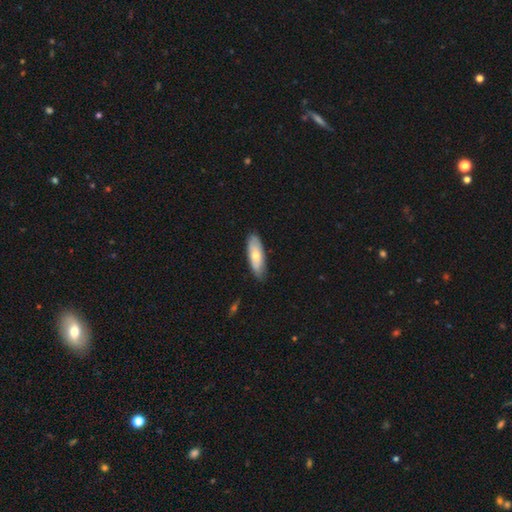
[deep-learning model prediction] A smooth galaxy with no disk features (61%) that is in between round and cigar-shaped (62%). Merging: none (82%).